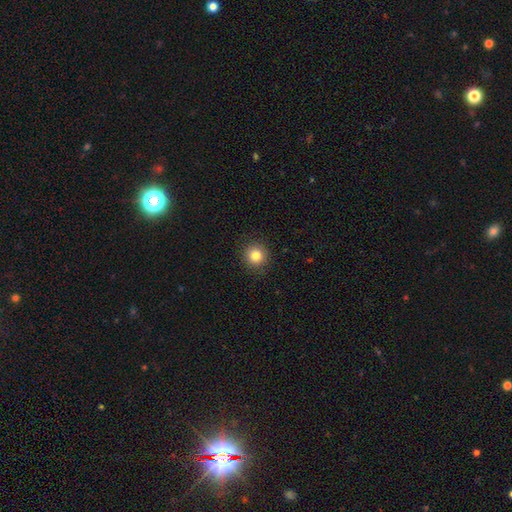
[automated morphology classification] A smooth galaxy with no disk features (83%) that is round (93%). Merging: none (91%).